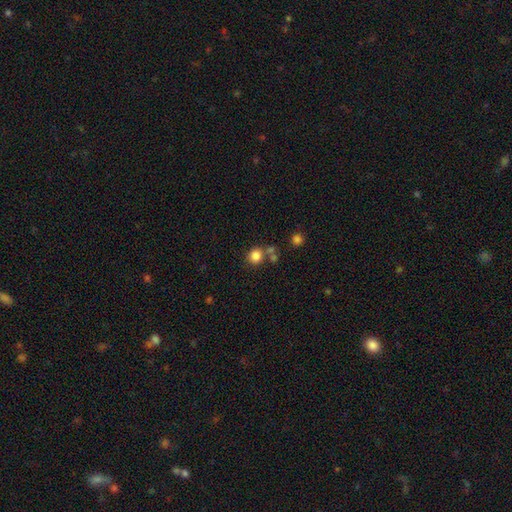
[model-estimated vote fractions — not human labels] smooth_or_featured: smooth (p=0.82) [alt: star or artifact p=0.12]
how_rounded: round (p=0.88) [alt: in between p=0.12]
merging: none (p=0.69) [alt: merger p=0.18]